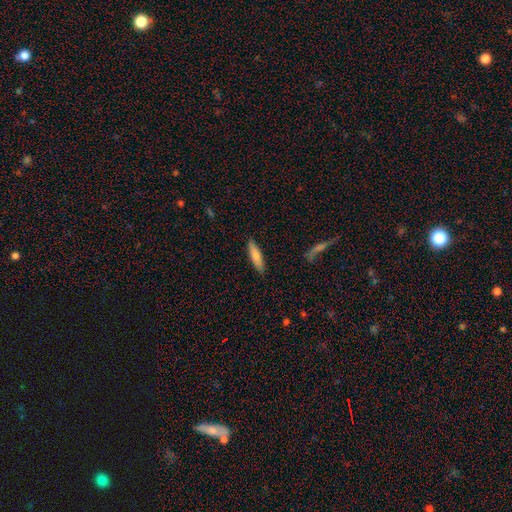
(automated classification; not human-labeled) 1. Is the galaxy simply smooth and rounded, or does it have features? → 77% smooth, 17% featured or disk, 6% star or artifact.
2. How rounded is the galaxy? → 72% cigar-shaped, 27% in between, 2% round.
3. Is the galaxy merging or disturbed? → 88% none, 9% minor disturbance, 2% major disturbance, 1% merger.